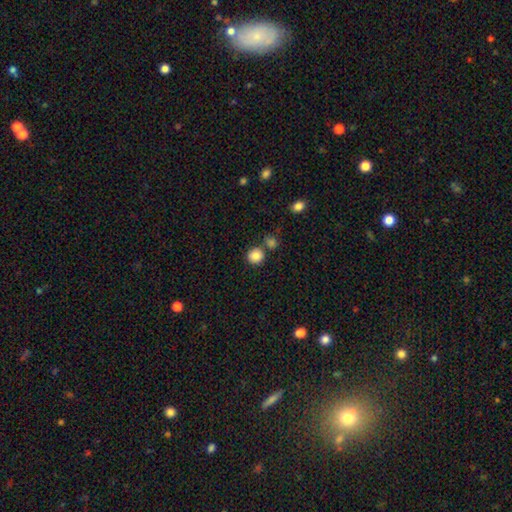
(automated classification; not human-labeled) Smooth or featured? smooth (86%)
How rounded? round (87%)
Merging? none (75%)